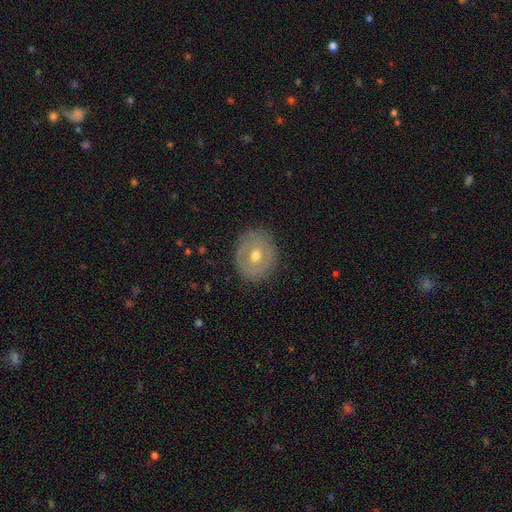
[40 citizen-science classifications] smooth-or-featured: featured or disk: 72% | smooth: 22% | star or artifact: 5%
  disk-edge-on: no: 100% | yes: 0%
    bar: no: 86% | strong: 7% | weak: 7%
    has-spiral-arms: yes: 66% | no: 34%
      spiral-winding: tight: 79% | medium: 11% | loose: 11%
      spiral-arm-count: can't tell: 53% | 1: 16% | 2: 16% | 3: 11% | 4: 5% | more than 4: 0%
    bulge-size: moderate: 79% | small: 14% | large: 3% | none: 3% | dominant: 0%
  merging: none: 82% | minor disturbance: 13% | major disturbance: 5% | merger: 0%